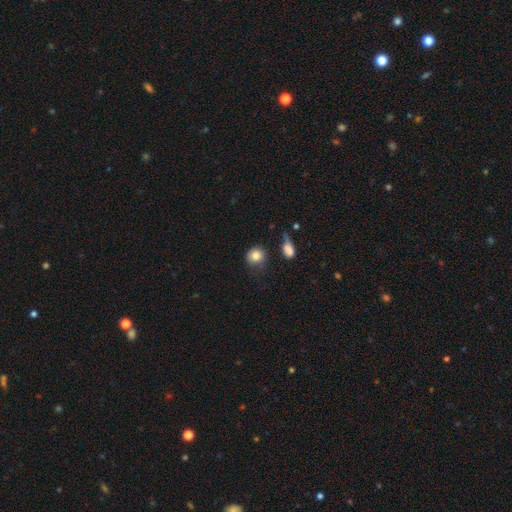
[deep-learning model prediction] Smooth or featured? Predicted: smooth (p=0.83). How rounded? Predicted: round (p=0.83). Merging? Predicted: none (p=0.64).